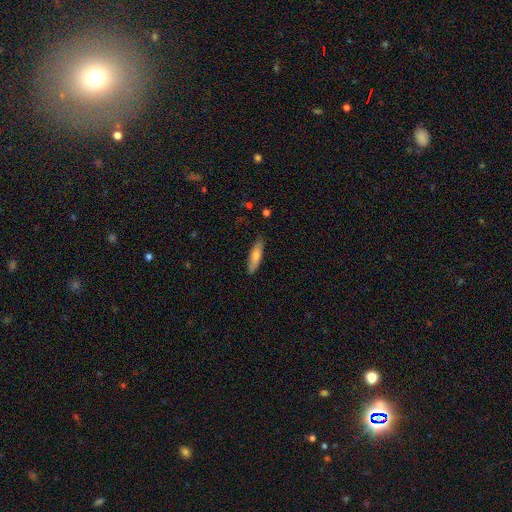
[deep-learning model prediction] The model was most divided on "how rounded": cigar-shaped: 69%, in between: 30%, round: 2%. More confident: merging — none (85%); smooth or featured — smooth (70%).